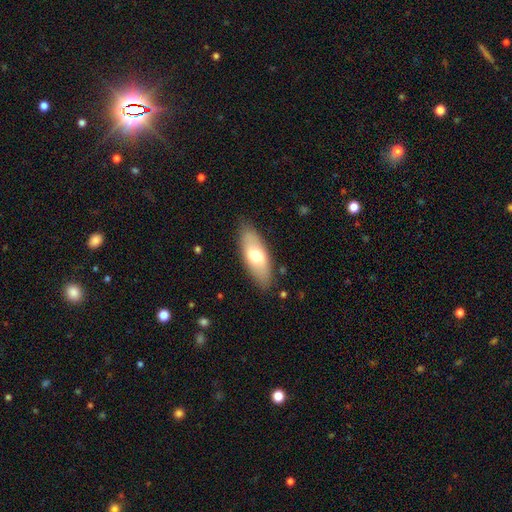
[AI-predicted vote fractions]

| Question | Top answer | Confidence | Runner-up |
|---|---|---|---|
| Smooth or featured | smooth | 66% | featured or disk (29%) |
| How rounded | in between | 78% | cigar-shaped (20%) |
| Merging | none | 85% | minor disturbance (11%) |